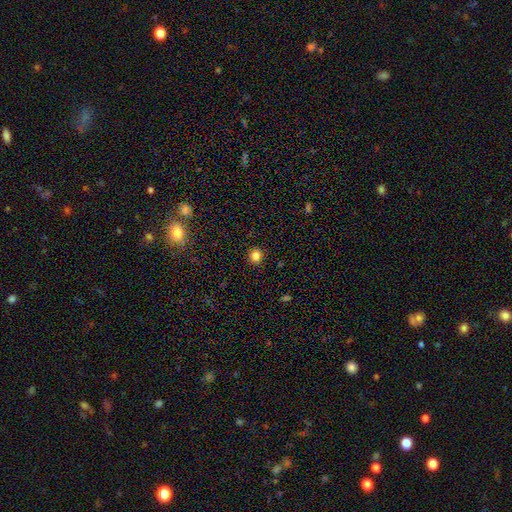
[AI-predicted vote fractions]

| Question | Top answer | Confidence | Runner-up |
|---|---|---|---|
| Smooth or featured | smooth | 83% | star or artifact (13%) |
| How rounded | round | 86% | in between (13%) |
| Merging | none | 91% | minor disturbance (6%) |